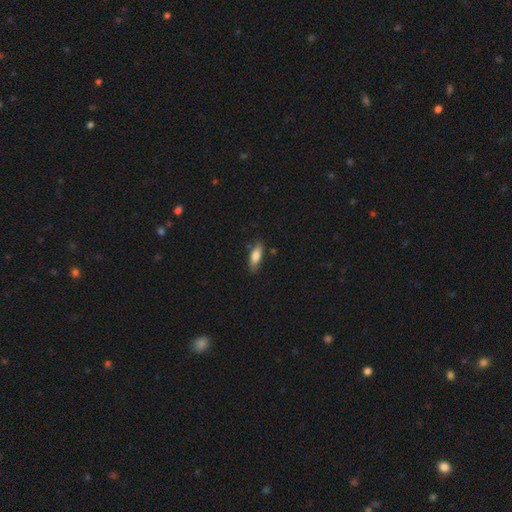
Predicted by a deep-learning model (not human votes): This is clearly a smooth galaxy (81%). How rounded: likely in between (69%). Merging: likely none (76%).